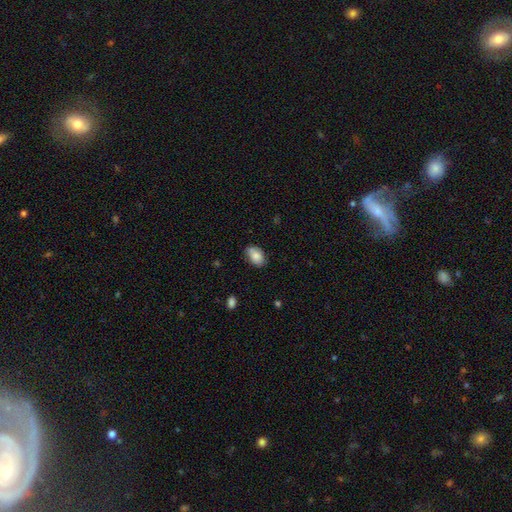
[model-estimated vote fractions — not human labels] The model was most divided on "merging": none: 69%, minor disturbance: 24%, major disturbance: 4%, merger: 3%. More confident: how rounded — in between (87%); smooth or featured — smooth (81%).